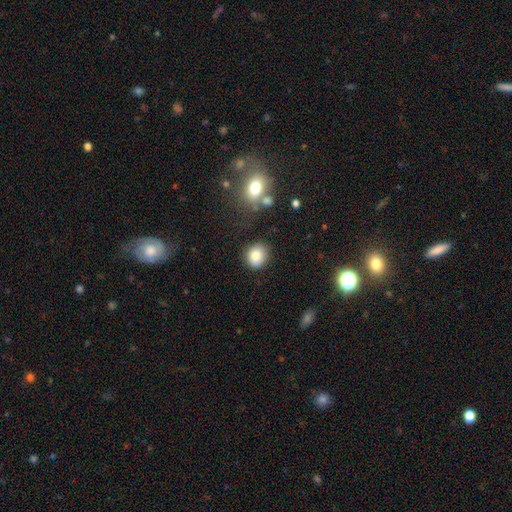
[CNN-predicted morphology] Smooth or featured?
  - smooth: 83% *
  - star or artifact: 10%
  - featured or disk: 8%
How rounded?
  - round: 78% *
  - in between: 21%
  - cigar-shaped: 1%
Merging?
  - none: 85% *
  - minor disturbance: 10%
  - major disturbance: 3%
  - merger: 3%